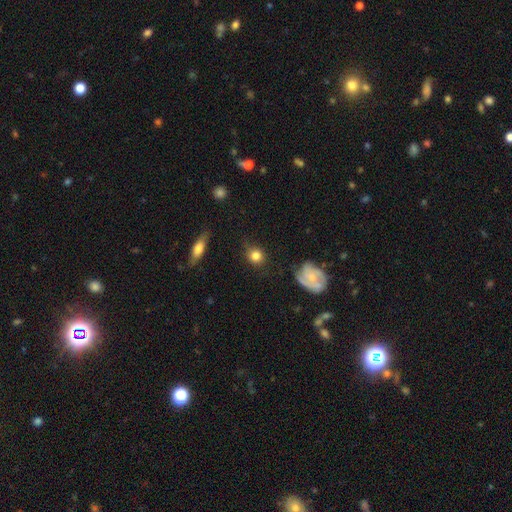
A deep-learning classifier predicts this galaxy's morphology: The model was most divided on "merging": none: 74%, minor disturbance: 17%, major disturbance: 6%, merger: 3%. More confident: how rounded — round (85%); smooth or featured — smooth (78%).